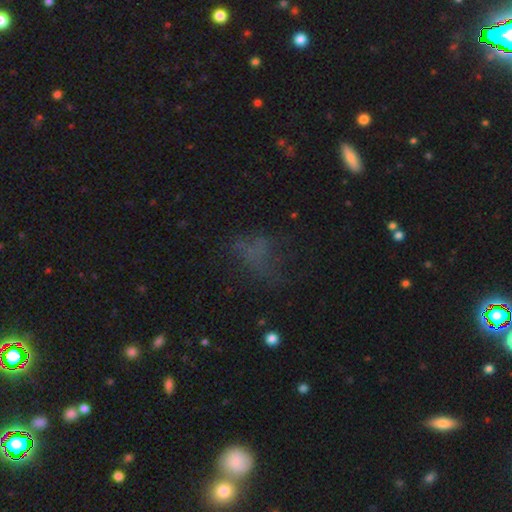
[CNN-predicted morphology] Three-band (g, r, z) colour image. It shows a smooth galaxy with no disk features (46%). Merging: none (54%).